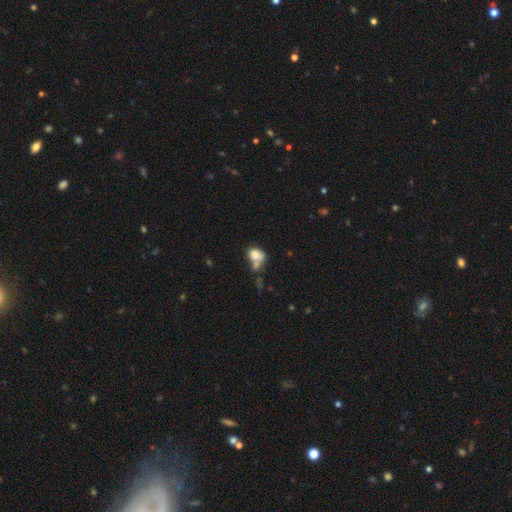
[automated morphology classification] type=smooth (73%); roundness=in between (57%); merging=merger (45%).